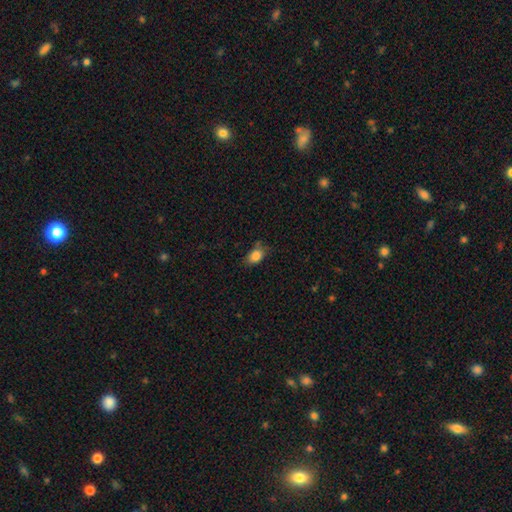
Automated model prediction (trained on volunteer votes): This is clearly a smooth galaxy (85%). How rounded: clearly in between (82%). Merging: likely none (64%).